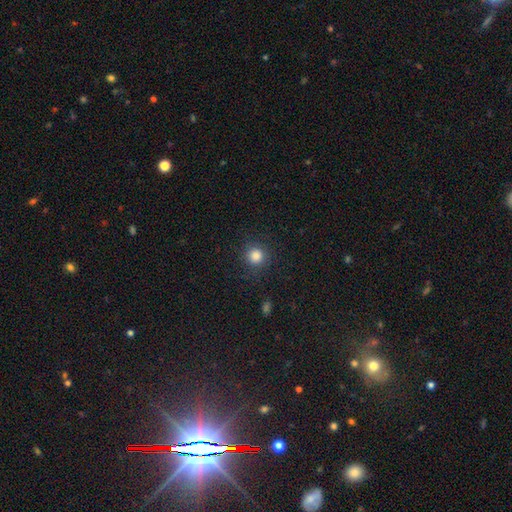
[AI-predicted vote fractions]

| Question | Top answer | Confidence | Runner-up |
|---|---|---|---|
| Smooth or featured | smooth | 84% | star or artifact (12%) |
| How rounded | round | 93% | in between (6%) |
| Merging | none | 88% | minor disturbance (8%) |